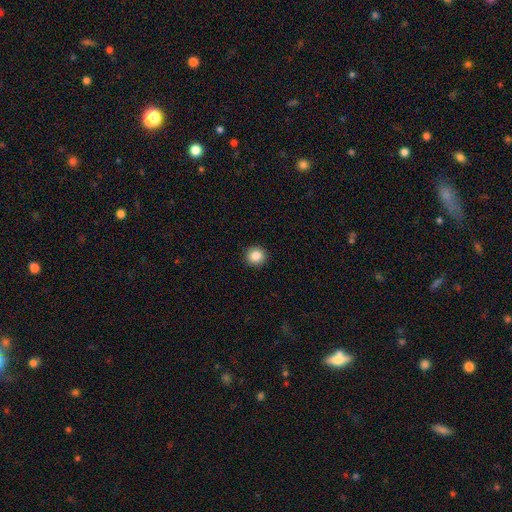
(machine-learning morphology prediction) This appears to be a smooth galaxy with no disk features (85%) that is round (94%). Merging: none (93%).